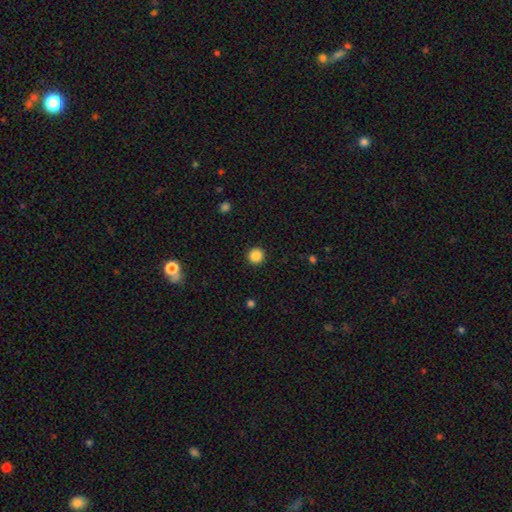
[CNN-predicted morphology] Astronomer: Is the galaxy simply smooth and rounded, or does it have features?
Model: smooth — 87%.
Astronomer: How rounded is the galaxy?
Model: round — 95%.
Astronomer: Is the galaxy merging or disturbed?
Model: none — 93%.